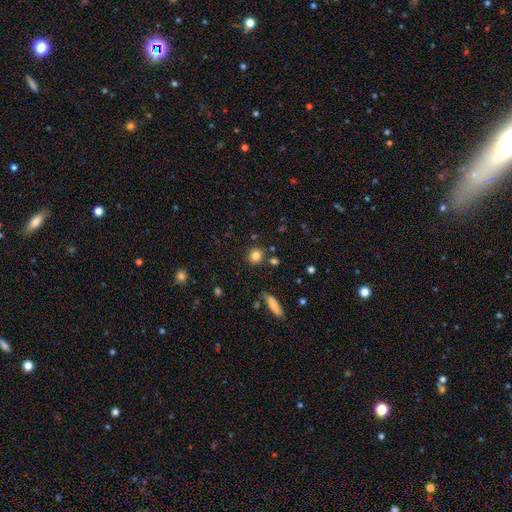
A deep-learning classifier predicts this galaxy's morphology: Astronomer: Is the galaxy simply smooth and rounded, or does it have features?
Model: smooth — 82%.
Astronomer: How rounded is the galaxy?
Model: round — 85%.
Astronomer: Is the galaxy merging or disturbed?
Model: none — 83%.